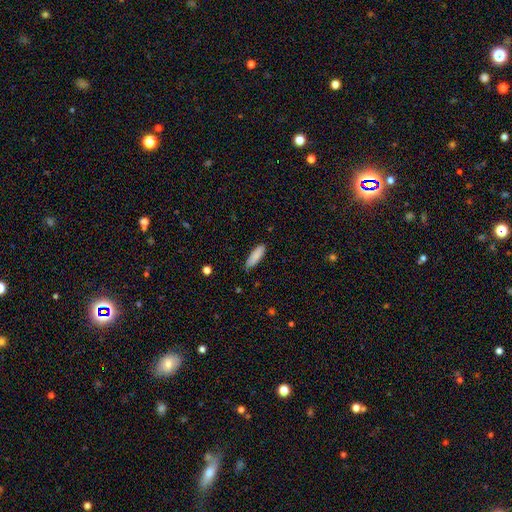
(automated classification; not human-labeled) This is clearly a smooth galaxy (87%). How rounded: possibly in between (50%). Merging: clearly none (84%).